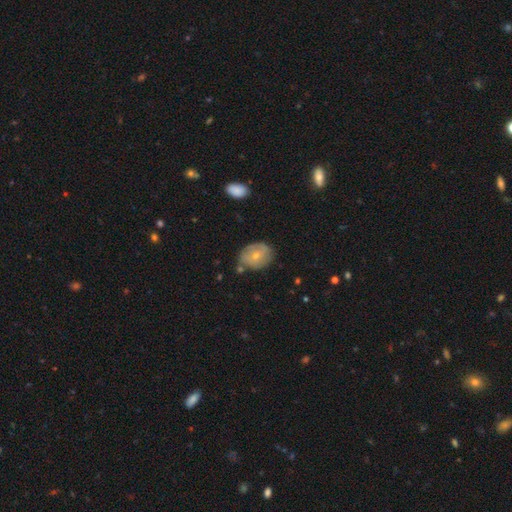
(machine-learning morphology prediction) A smooth galaxy with no disk features (51%) that is in between round and cigar-shaped (56%). Merging: none (61%).